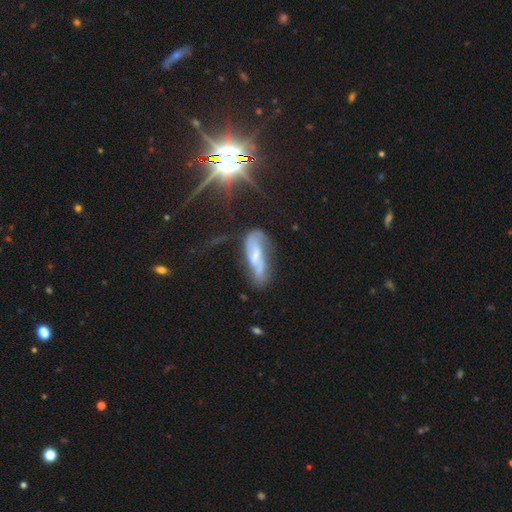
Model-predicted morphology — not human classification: A featured or disk galaxy (47%).

Vote fractions:
- Smooth or featured? featured or disk: 47% / smooth: 39% / star or artifact: 14%
- Merging? none: 43% / minor disturbance: 30% / major disturbance: 21% / merger: 7%